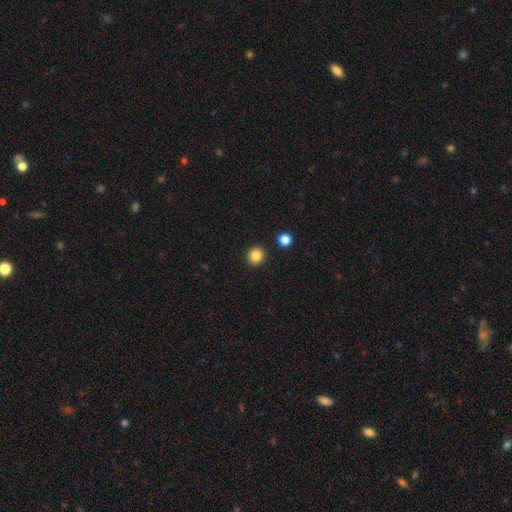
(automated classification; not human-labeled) A smooth galaxy with no disk features (84%) that is round (91%). Merging: none (92%).